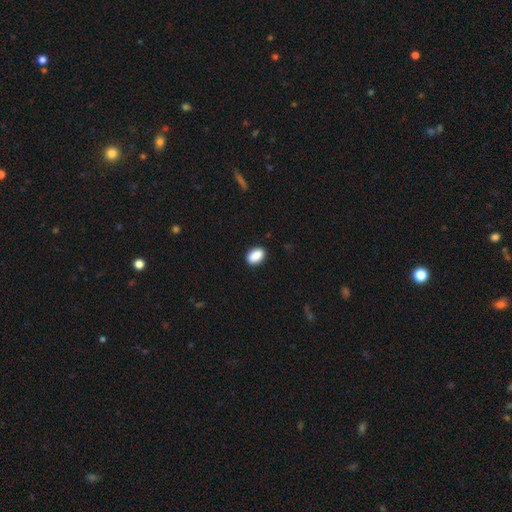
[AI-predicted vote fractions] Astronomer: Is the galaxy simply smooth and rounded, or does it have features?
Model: smooth — 90%.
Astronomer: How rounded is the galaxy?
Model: in between — 88%.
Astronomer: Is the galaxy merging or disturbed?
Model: none — 89%.